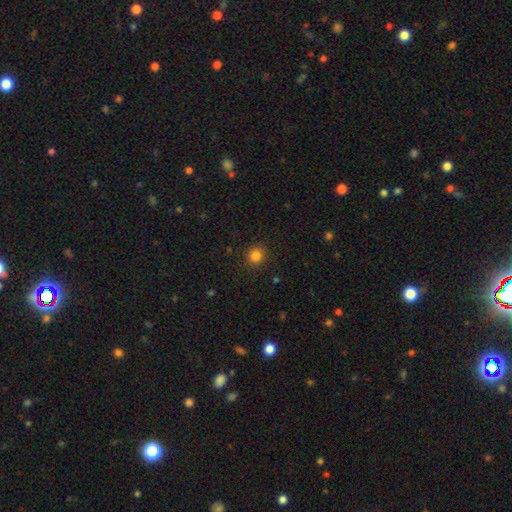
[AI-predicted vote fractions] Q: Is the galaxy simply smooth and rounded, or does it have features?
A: smooth — 83%.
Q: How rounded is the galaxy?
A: round — 83%.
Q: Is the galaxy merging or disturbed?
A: none — 90%.